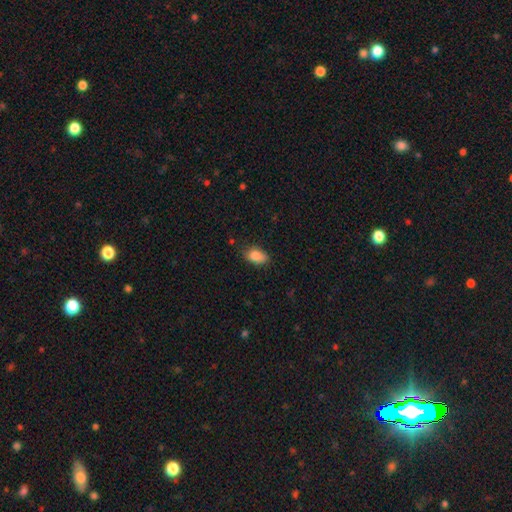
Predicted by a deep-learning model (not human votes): A smooth galaxy with no disk features (85%) that is in between round and cigar-shaped (87%).

Vote fractions:
- Smooth or featured? smooth: 85% / star or artifact: 8% / featured or disk: 7%
- How rounded? in between: 87% / round: 11% / cigar-shaped: 3%
- Merging? none: 75% / minor disturbance: 20% / major disturbance: 4% / merger: 2%